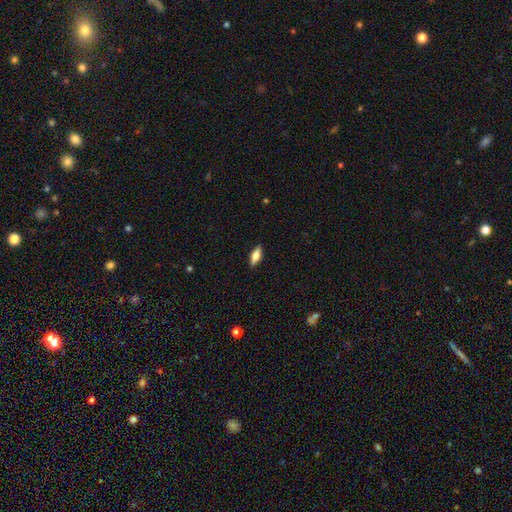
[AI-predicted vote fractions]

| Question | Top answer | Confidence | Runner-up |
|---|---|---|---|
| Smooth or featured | smooth | 62% | featured or disk (32%) |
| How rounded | in between | 68% | cigar-shaped (30%) |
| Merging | none | 89% | minor disturbance (8%) |